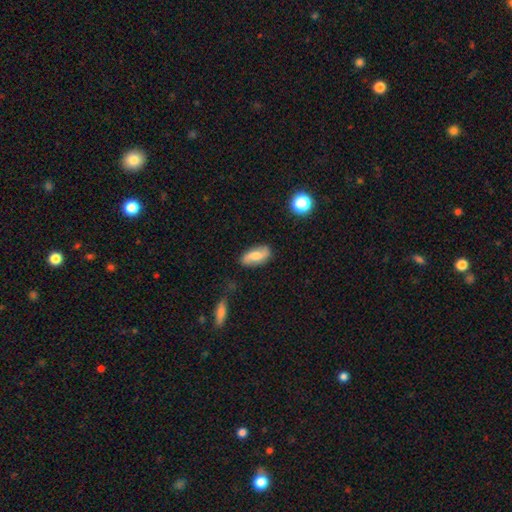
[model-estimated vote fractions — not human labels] Smooth or featured? Predicted: featured or disk (p=0.48). Merging? Predicted: none (p=0.79).